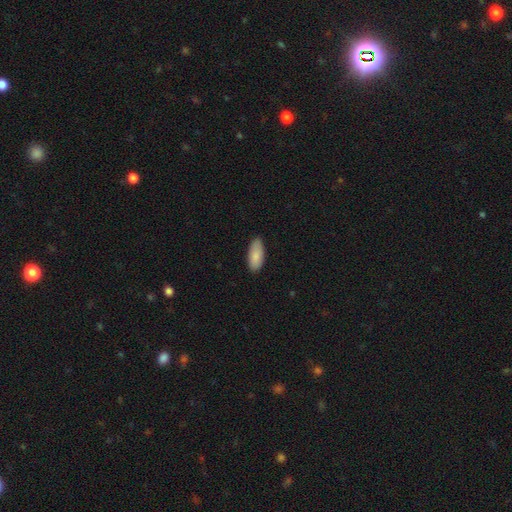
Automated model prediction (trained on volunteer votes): The model was most divided on "merging": none: 85%, minor disturbance: 13%, major disturbance: 2%, merger: 1%. More confident: smooth or featured — smooth (88%); how rounded — in between (87%).